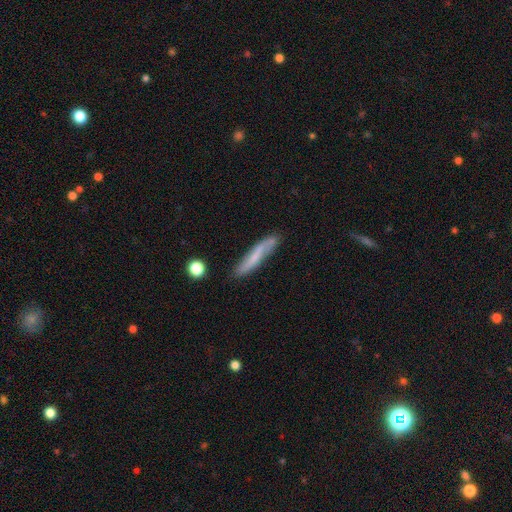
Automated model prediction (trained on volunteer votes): A smooth galaxy with no disk features (49%).

Vote fractions:
- Smooth or featured? smooth: 49% / featured or disk: 43% / star or artifact: 8%
- Merging? none: 72% / minor disturbance: 19% / major disturbance: 5% / merger: 4%